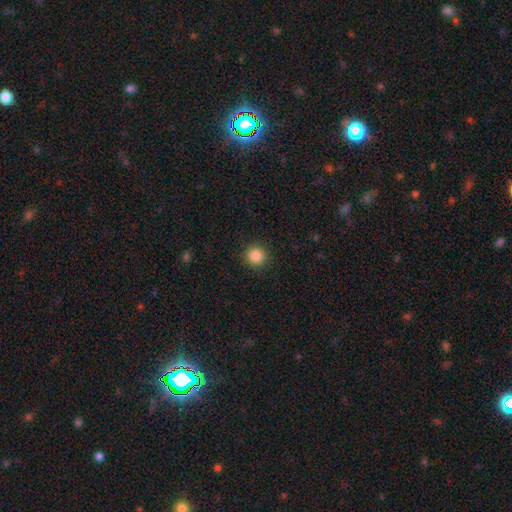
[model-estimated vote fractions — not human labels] smooth-or-featured: smooth: 86% | star or artifact: 10% | featured or disk: 3%
  how-rounded: round: 94% | in between: 5% | cigar-shaped: 1%
  merging: none: 91% | minor disturbance: 6% | major disturbance: 2% | merger: 1%